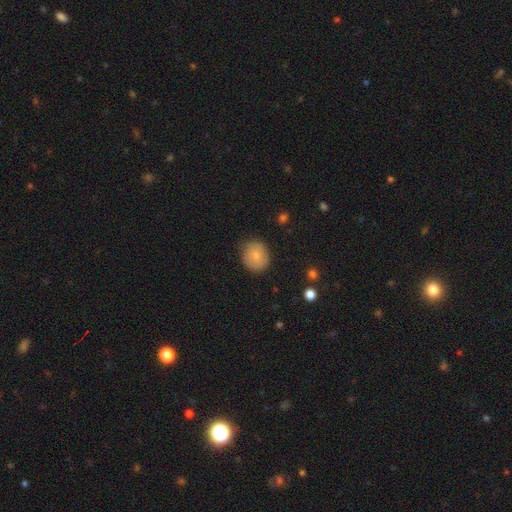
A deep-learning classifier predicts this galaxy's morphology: smooth 81%, featured or disk 11%, star or artifact 8%. Down the decision tree: how rounded — round (78%); merging — none (79%).